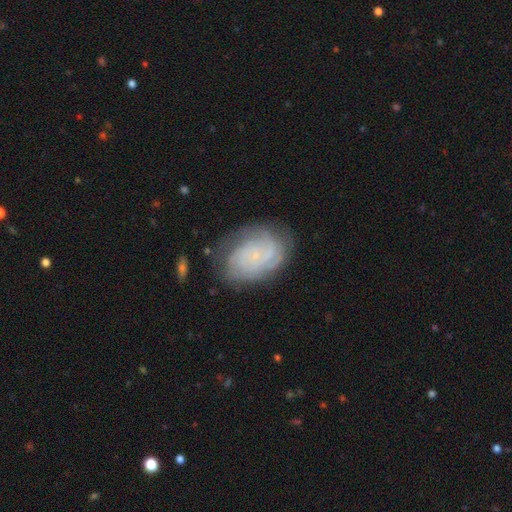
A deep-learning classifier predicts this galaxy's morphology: A featured or disk galaxy (73%) with no bar (78%), tight (67%) spiral arms (93%) and a small central bulge (75%).

Vote fractions:
- Smooth or featured? featured or disk: 73% / smooth: 19% / star or artifact: 8%
- Edge-on disk? no: 97% / yes: 3%
- Bar? no: 78% / weak: 19% / strong: 3%
- Spiral arms? yes: 93% / no: 7%
- Spiral winding? tight: 67% / medium: 25% / loose: 8%
- Spiral arm count? can't tell: 39% / 3: 19% / 2: 16% / 4: 13% / more than 4: 7% / 1: 6%
- Bulge size? small: 75% / none: 17% / moderate: 6% / large: 1% / dominant: 1%
- Merging? none: 70% / minor disturbance: 20% / major disturbance: 9% / merger: 2%